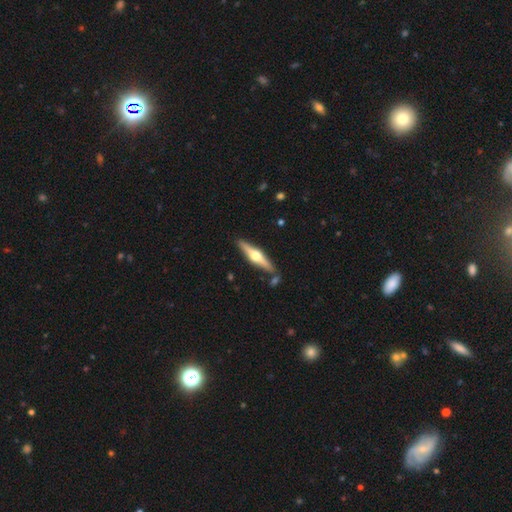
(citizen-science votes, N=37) Overall: featured or disk (73%). Edge-on disk: yes (96%). Edge-on bulge: rounded (96%). Merging: none (78%).